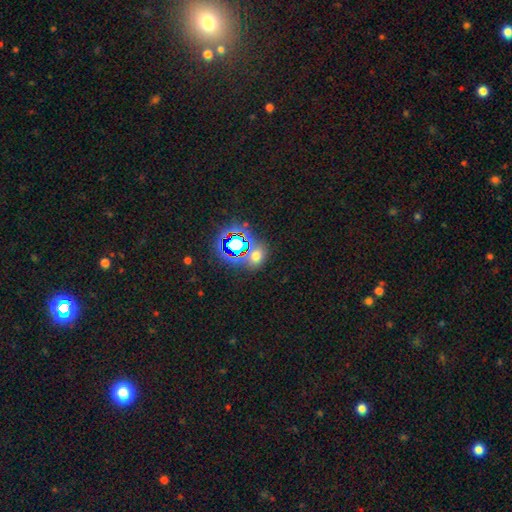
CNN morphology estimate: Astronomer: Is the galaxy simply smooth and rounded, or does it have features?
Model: smooth — 50% (runner-up: star or artifact, 42%).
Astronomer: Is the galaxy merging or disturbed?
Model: none — 71%.